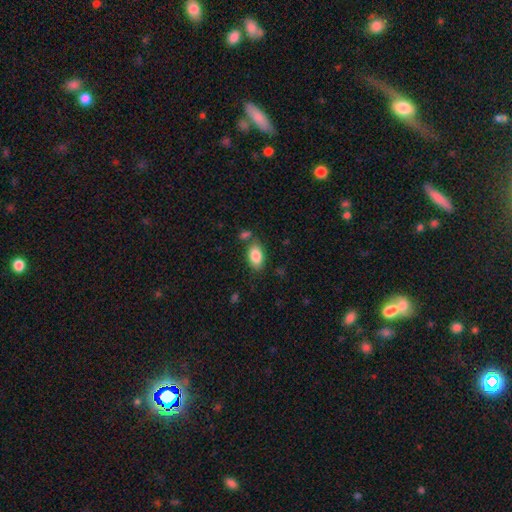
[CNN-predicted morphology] type=smooth (86%); roundness=in between (93%); merging=none (74%).